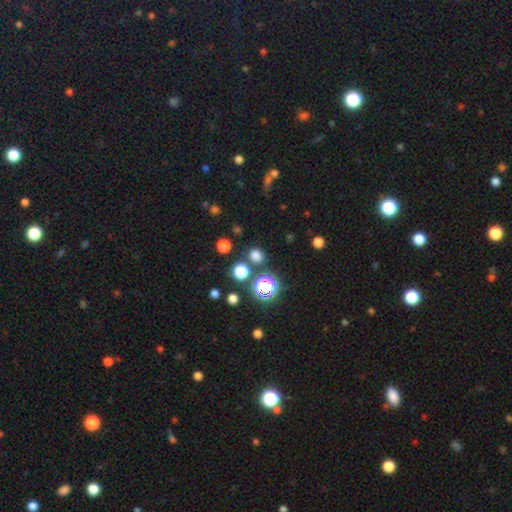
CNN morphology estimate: smooth-or-featured: smooth: 68% | star or artifact: 27% | featured or disk: 5%
  how-rounded: round: 82% | in between: 17% | cigar-shaped: 1%
  merging: none: 82% | minor disturbance: 9% | merger: 6% | major disturbance: 3%